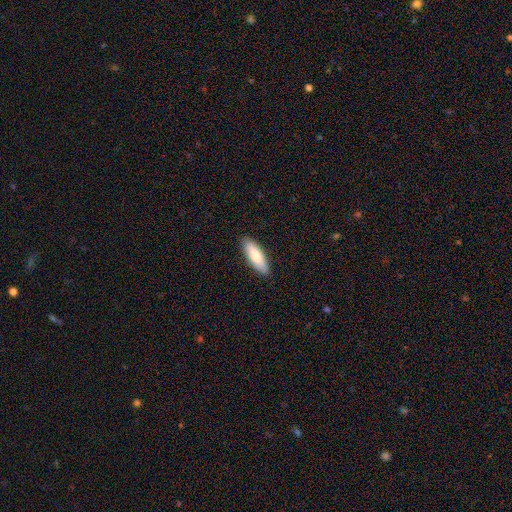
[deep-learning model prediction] Smooth or featured? Predicted: smooth (p=0.81). How rounded? Predicted: in between (p=0.57). Merging? Predicted: none (p=0.90).